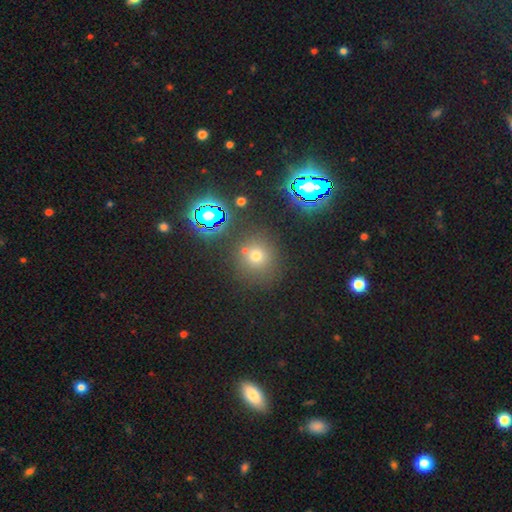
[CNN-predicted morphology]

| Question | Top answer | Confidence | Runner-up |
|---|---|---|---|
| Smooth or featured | smooth | 62% | star or artifact (29%) |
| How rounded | round | 91% | in between (8%) |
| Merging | none | 78% | merger (10%) |